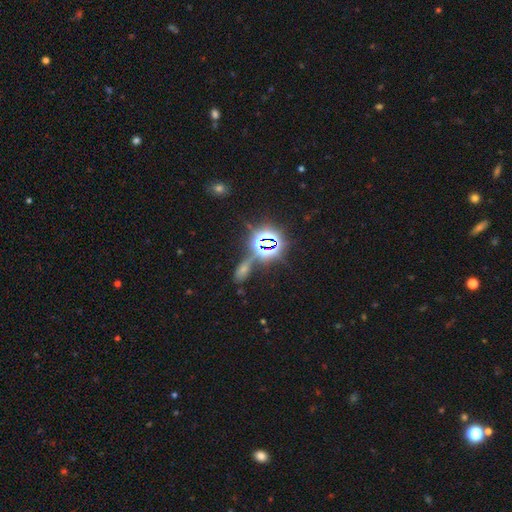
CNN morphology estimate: smooth_or_featured: star or artifact (p=0.74) [alt: smooth p=0.18]